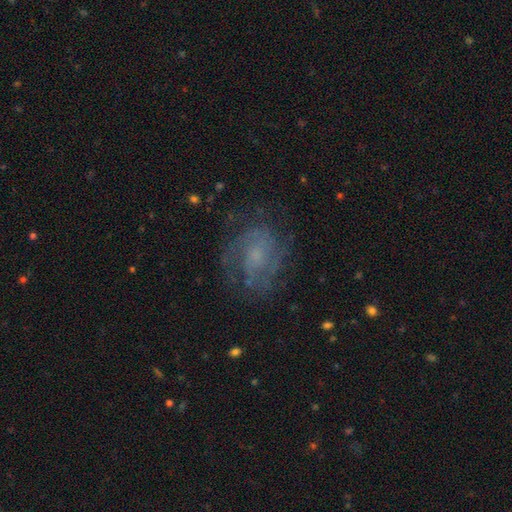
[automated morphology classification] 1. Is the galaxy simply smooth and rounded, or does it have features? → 69% featured or disk, 17% smooth, 13% star or artifact.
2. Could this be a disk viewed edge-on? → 97% no, 3% yes.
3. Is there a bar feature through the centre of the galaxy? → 61% no, 33% weak, 6% strong.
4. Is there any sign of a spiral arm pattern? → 89% yes, 11% no.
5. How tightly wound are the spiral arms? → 46% tight, 42% medium, 13% loose.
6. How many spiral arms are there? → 40% 2, 32% can't tell, 13% 3, 5% 1, 5% 4, 4% more than 4.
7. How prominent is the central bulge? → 47% small, 26% moderate, 21% none, 4% large, 1% dominant.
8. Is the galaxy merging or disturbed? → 72% none, 16% minor disturbance, 11% major disturbance, 1% merger.